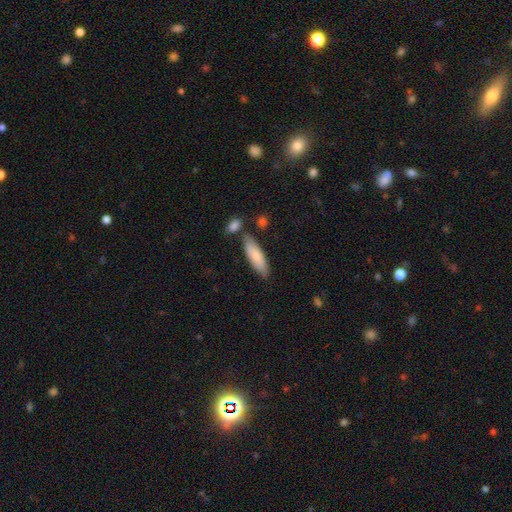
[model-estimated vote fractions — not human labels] Q: Smooth or featured?
A: smooth (80%); runner-up: featured or disk (15%)
Q: How rounded?
A: in between (52%); runner-up: cigar-shaped (47%)
Q: Merging?
A: none (74%); runner-up: minor disturbance (15%)